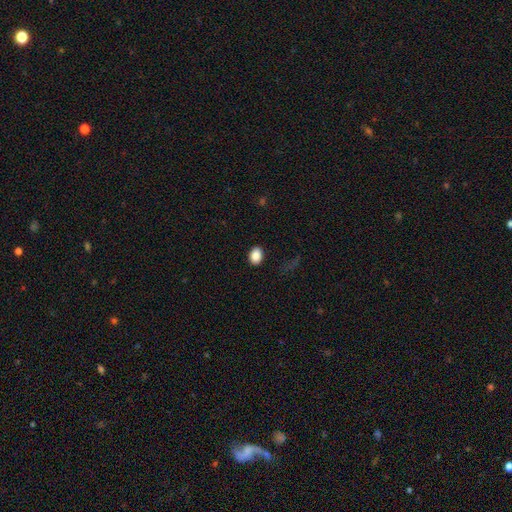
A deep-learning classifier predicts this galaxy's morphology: A smooth galaxy with no disk features (88%) that is in between round and cigar-shaped (75%). Merging: none (86%).